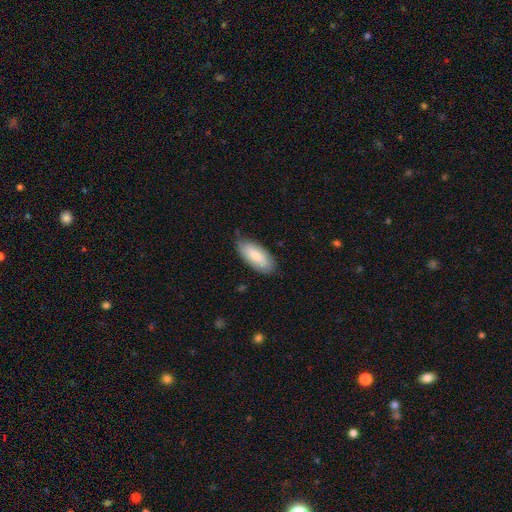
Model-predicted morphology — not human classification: A smooth galaxy with no disk features (79%) that is in between round and cigar-shaped (87%). Merging: none (77%).